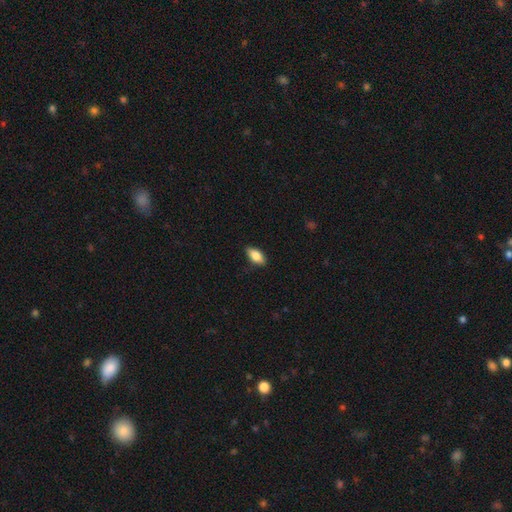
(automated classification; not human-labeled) This appears to be a smooth galaxy with no disk features (79%) that is in between round and cigar-shaped (87%). Merging: none (85%).